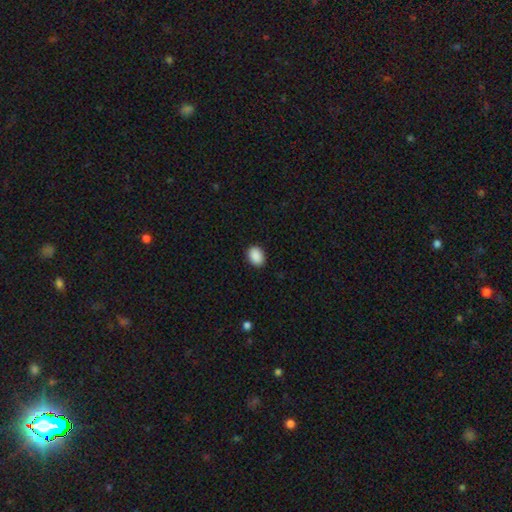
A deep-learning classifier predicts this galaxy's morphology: smooth-or-featured: smooth: 90% | star or artifact: 7% | featured or disk: 2%
  how-rounded: in between: 75% | round: 24% | cigar-shaped: 1%
  merging: none: 90% | minor disturbance: 7% | major disturbance: 2% | merger: 1%